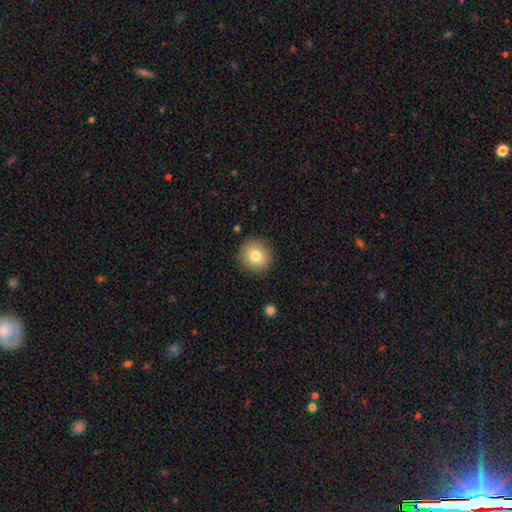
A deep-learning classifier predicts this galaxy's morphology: A smooth galaxy with no disk features (79%) that is round (92%). Merging: none (90%).